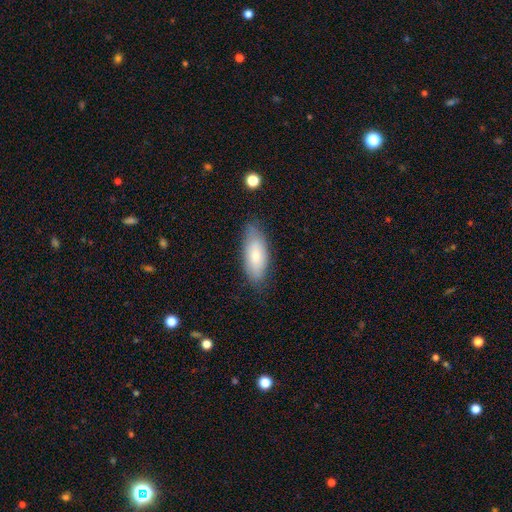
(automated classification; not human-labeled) A smooth galaxy with no disk features (73%) that is in between round and cigar-shaped (80%).

Vote fractions:
- Smooth or featured? smooth: 73% / featured or disk: 21% / star or artifact: 6%
- How rounded? in between: 80% / cigar-shaped: 18% / round: 2%
- Merging? none: 76% / minor disturbance: 19% / major disturbance: 4% / merger: 1%